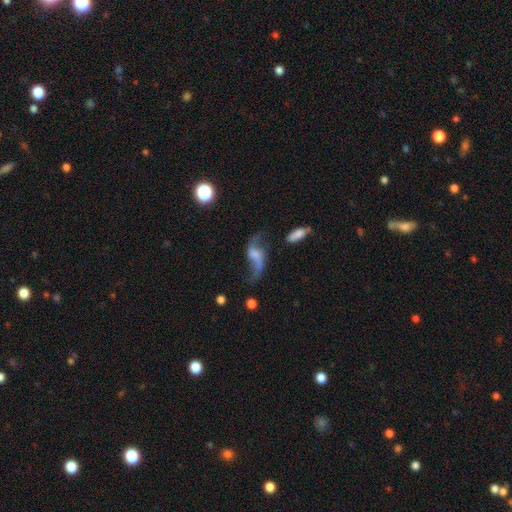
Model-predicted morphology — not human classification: This is clearly a featured or disk galaxy (83%). It is clearly not viewed edge-on (95%). Bar: marginally no (45%). Spiral arm pattern: clearly yes (93%). Spiral arm count: clearly 2 (92%). Spiral winding: clearly loose (93%). Central bulge: marginally none (43%). Merging: possibly none (59%).